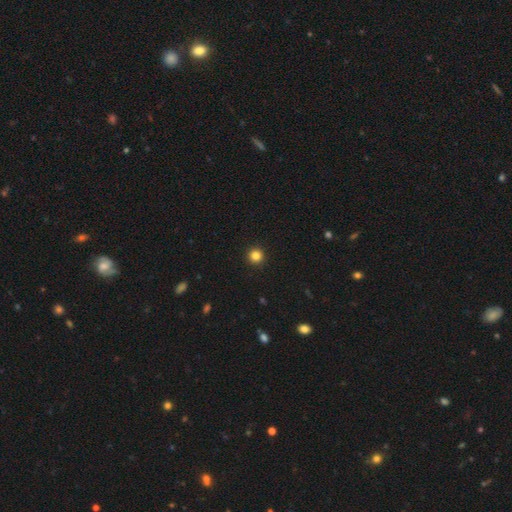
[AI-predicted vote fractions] Q: Smooth or featured?
A: smooth (84%); runner-up: star or artifact (12%)
Q: How rounded?
A: round (96%); runner-up: in between (3%)
Q: Merging?
A: none (93%); runner-up: minor disturbance (4%)